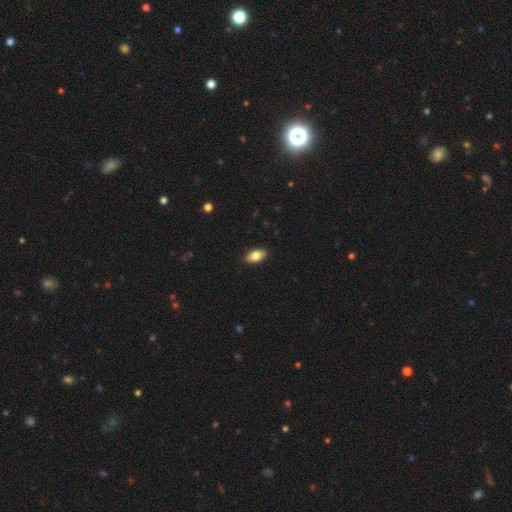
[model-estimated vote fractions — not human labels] Smooth or featured?
  - smooth: 80% *
  - featured or disk: 13%
  - star or artifact: 7%
How rounded?
  - in between: 92% *
  - cigar-shaped: 4%
  - round: 4%
Merging?
  - none: 89% *
  - minor disturbance: 8%
  - major disturbance: 2%
  - merger: 1%